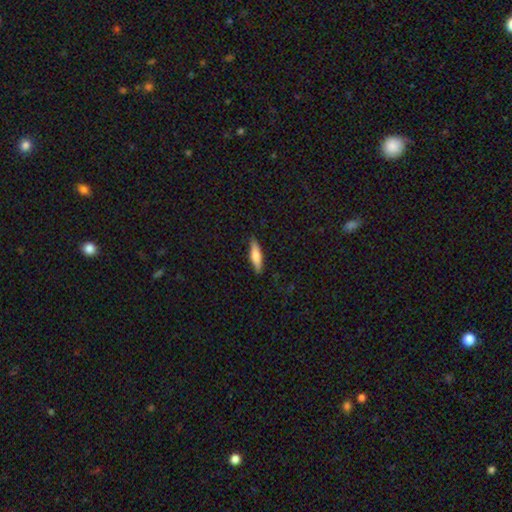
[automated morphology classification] This is likely a smooth galaxy (65%). How rounded: likely cigar-shaped (70%). Merging: clearly none (88%).